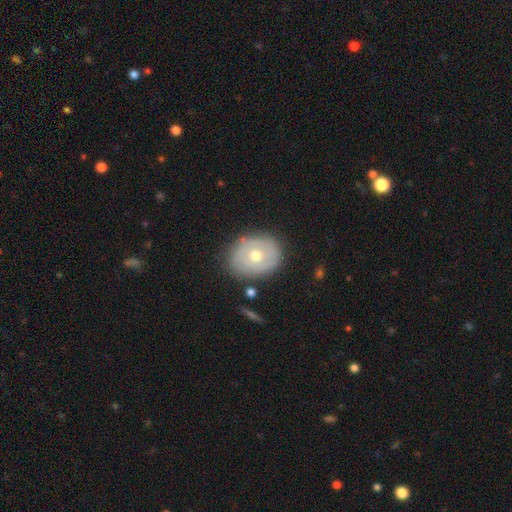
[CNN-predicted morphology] smooth 49%, featured or disk 43%, star or artifact 8%. Down the decision tree: merging — none (80%).